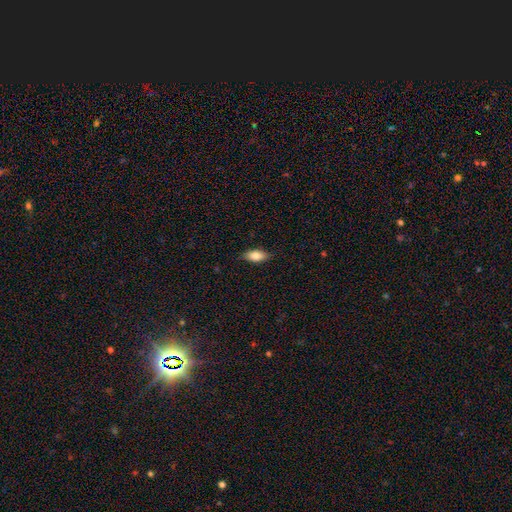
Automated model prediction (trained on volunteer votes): smooth-or-featured: smooth: 82% | featured or disk: 12% | star or artifact: 7%
  how-rounded: in between: 86% | cigar-shaped: 11% | round: 3%
  merging: none: 84% | minor disturbance: 13% | major disturbance: 2% | merger: 1%